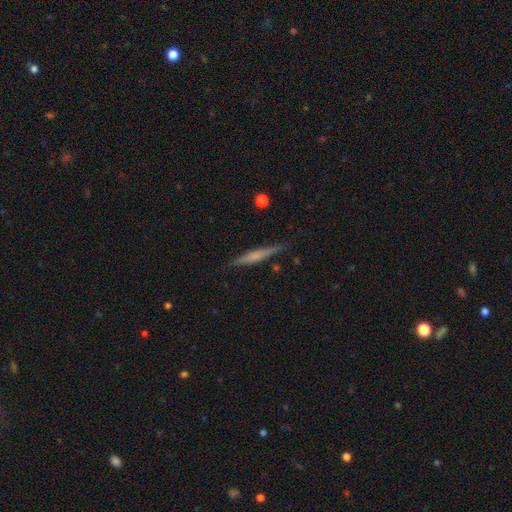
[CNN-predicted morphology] Smooth or featured?
  - featured or disk: 58% *
  - smooth: 35%
  - star or artifact: 6%
Edge-on disk?
  - yes: 97% *
  - no: 3%
Edge-on bulge?
  - rounded: 44% *
  - none: 34%
  - boxy: 22%
Merging?
  - none: 88% *
  - minor disturbance: 9%
  - major disturbance: 2%
  - merger: 2%